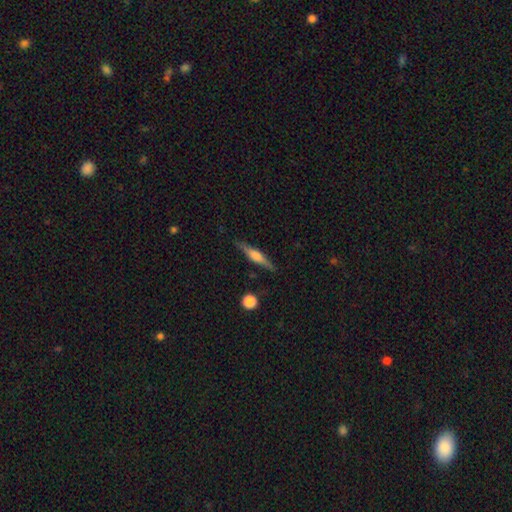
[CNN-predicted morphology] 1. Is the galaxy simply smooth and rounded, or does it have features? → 62% featured or disk, 31% smooth, 7% star or artifact.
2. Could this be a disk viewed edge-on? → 97% yes, 3% no.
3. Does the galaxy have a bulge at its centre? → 68% rounded, 25% boxy, 7% none.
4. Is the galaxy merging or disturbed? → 86% none, 10% minor disturbance, 2% major disturbance, 2% merger.